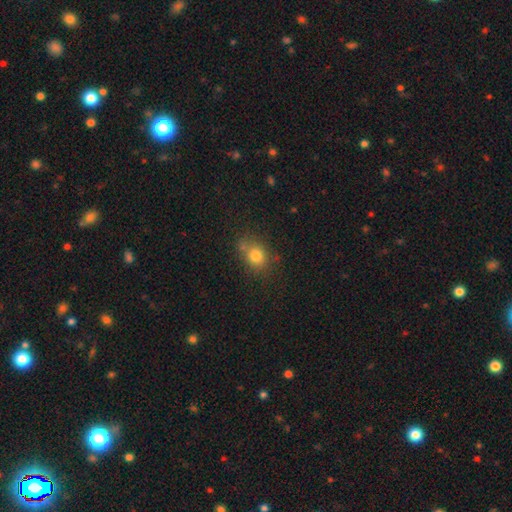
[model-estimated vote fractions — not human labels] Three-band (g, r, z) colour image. It shows a smooth galaxy with no disk features (78%) that is round (59%). Merging: none (66%).